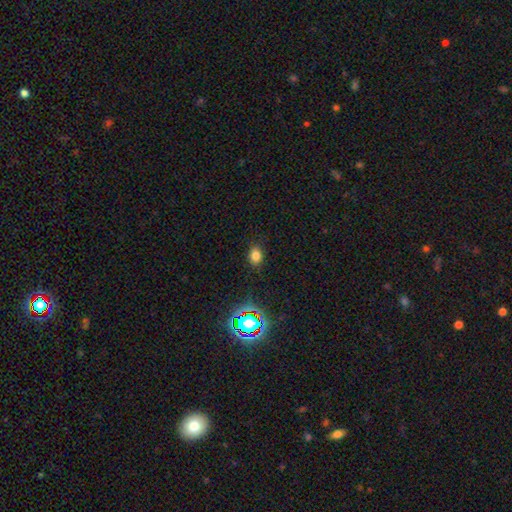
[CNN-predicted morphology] Smooth or featured? Predicted: smooth (p=0.76). How rounded? Predicted: in between (p=0.60). Merging? Predicted: none (p=0.84).